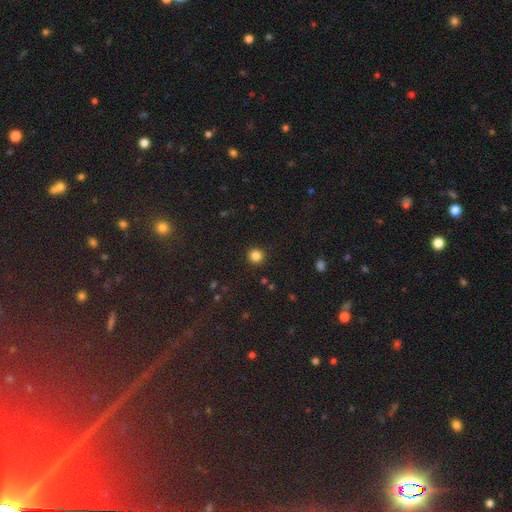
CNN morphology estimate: type=smooth (84%); roundness=round (94%); merging=none (92%).